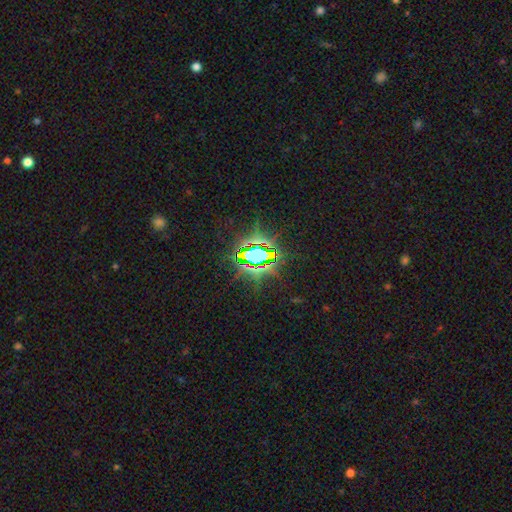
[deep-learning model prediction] The model was most divided on "smooth or featured": star or artifact: 80%, smooth: 10%, featured or disk: 9%.